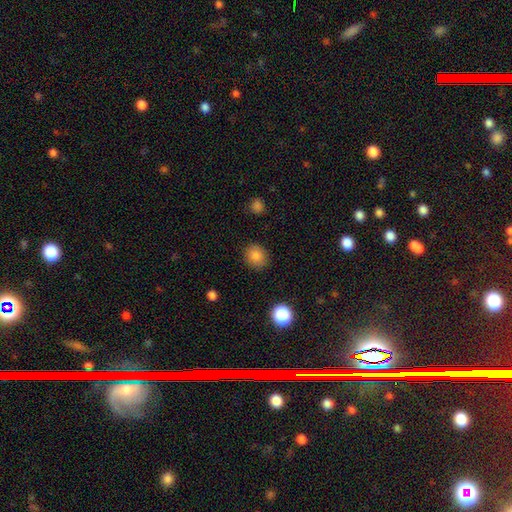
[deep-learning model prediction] smooth 84%, star or artifact 11%, featured or disk 5%. Down the decision tree: how rounded — round (72%); merging — none (87%).